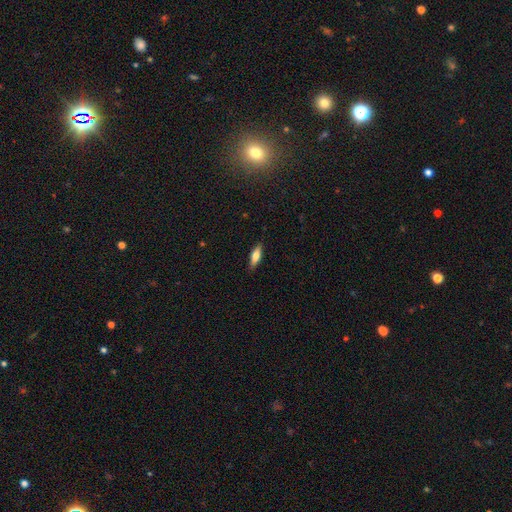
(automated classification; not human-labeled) Smooth or featured: smooth — 59% (featured or disk — 35%)
How rounded: in between — 49% (cigar-shaped — 48%)
Merging: none — 87% (minor disturbance — 10%)